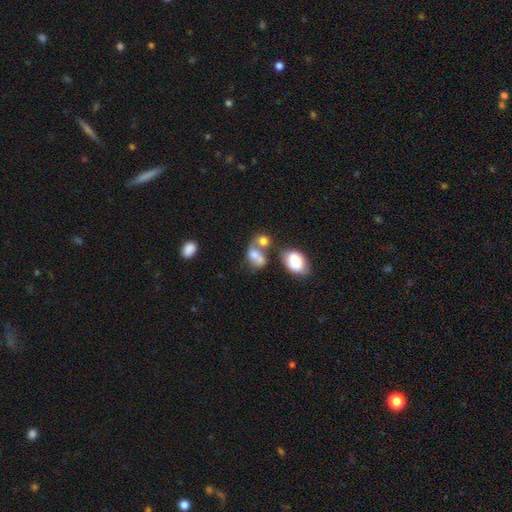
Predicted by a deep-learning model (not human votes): This is likely a smooth galaxy (64%). How rounded: likely in between (68%). Merging: possibly merger (58%).